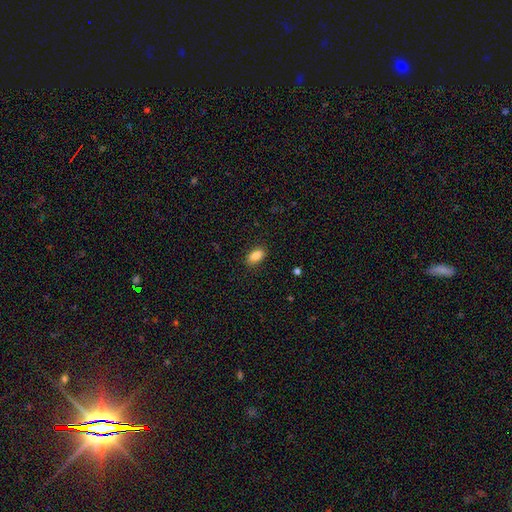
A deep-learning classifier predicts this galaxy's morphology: Overall: smooth (87%). How rounded: in between (90%). Merging: none (88%).